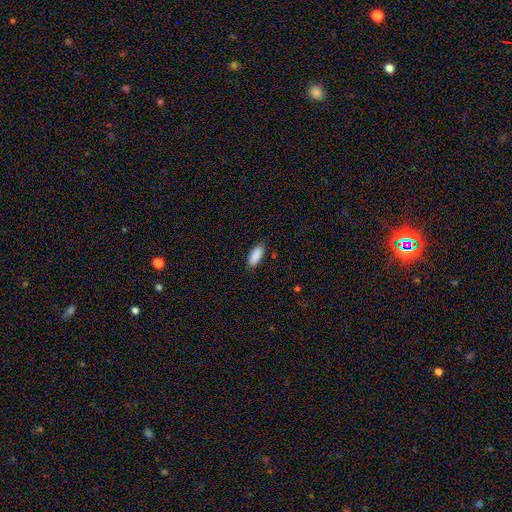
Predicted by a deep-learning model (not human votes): smooth-or-featured: smooth: 90% | star or artifact: 6% | featured or disk: 4%
  how-rounded: in between: 83% | cigar-shaped: 15% | round: 2%
  merging: none: 86% | minor disturbance: 11% | major disturbance: 2% | merger: 1%